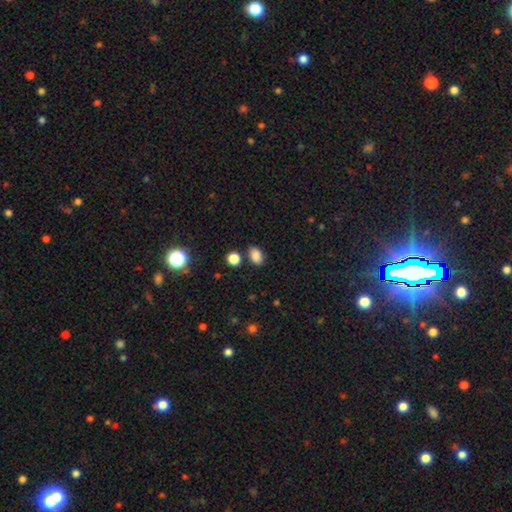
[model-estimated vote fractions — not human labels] Smooth or featured: smooth — 84% (star or artifact — 12%)
How rounded: in between — 79% (round — 20%)
Merging: none — 79% (minor disturbance — 12%)